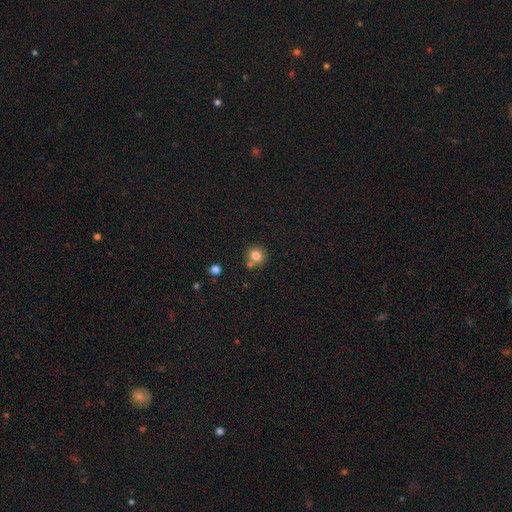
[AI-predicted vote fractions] A smooth galaxy with no disk features (80%) that is round (83%).

Vote fractions:
- Smooth or featured? smooth: 80% / star or artifact: 12% / featured or disk: 8%
- How rounded? round: 83% / in between: 16% / cigar-shaped: 1%
- Merging? none: 66% / merger: 20% / minor disturbance: 11% / major disturbance: 3%